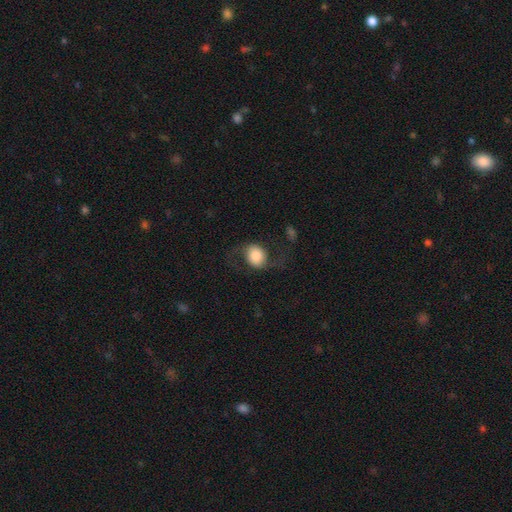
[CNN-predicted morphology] smooth 48%, featured or disk 44%, star or artifact 8%. Down the decision tree: merging — none (62%).